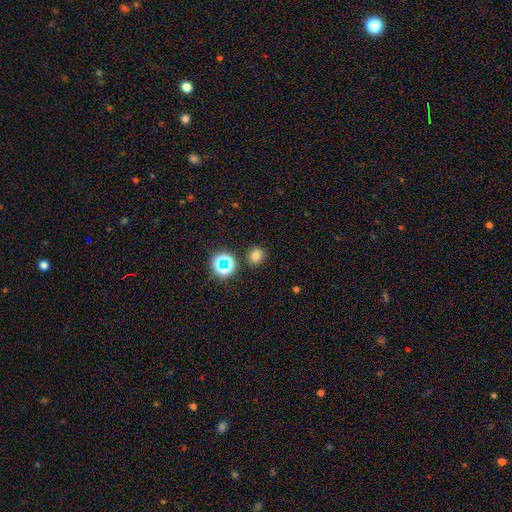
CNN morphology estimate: Q: Smooth or featured?
A: smooth (72%); runner-up: star or artifact (22%)
Q: How rounded?
A: round (75%); runner-up: in between (24%)
Q: Merging?
A: none (85%); runner-up: minor disturbance (9%)